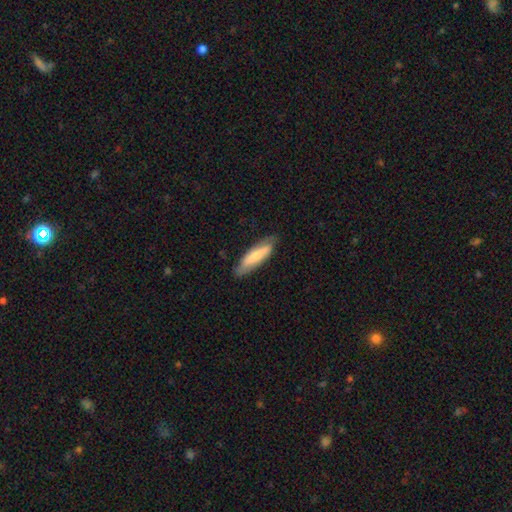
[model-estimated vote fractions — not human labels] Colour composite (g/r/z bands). It shows a smooth galaxy with no disk features (63%) that is cigar-shaped (67%). Merging: none (75%).